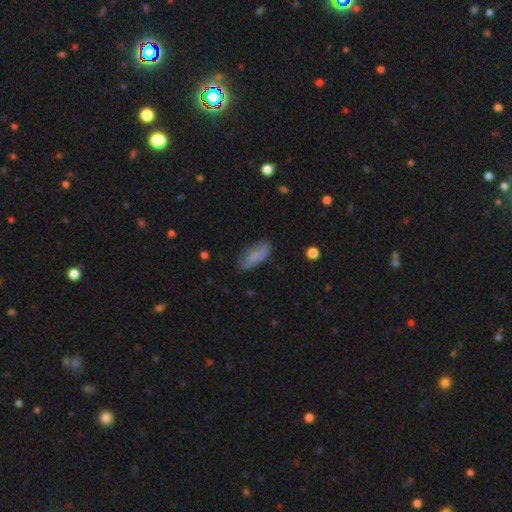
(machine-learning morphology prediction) This appears to be a smooth galaxy with no disk features (72%) that is in between round and cigar-shaped (73%). Merging: none (70%).